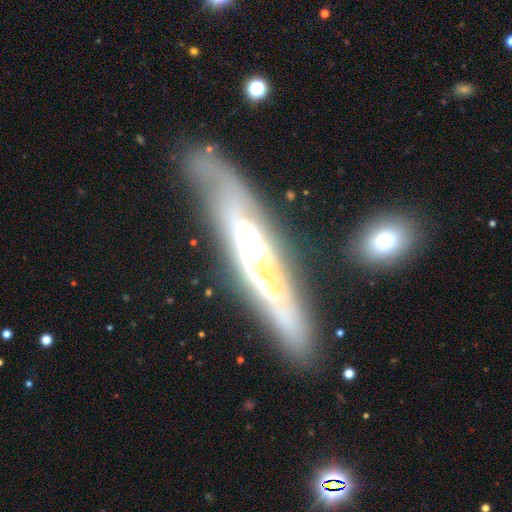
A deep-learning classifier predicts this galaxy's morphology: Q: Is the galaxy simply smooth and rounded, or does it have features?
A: featured or disk — 81%.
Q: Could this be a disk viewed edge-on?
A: yes — 56%.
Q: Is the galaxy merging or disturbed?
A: none — 75%.